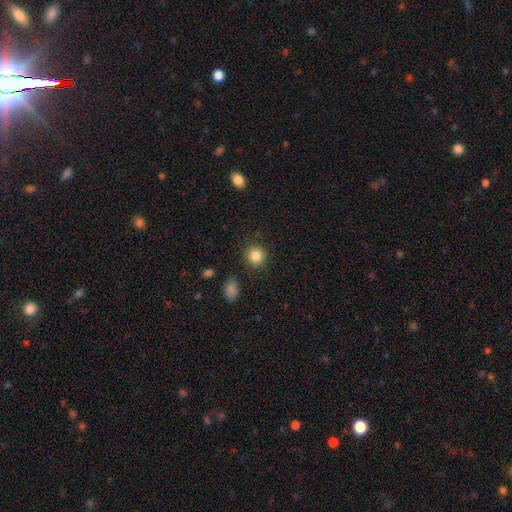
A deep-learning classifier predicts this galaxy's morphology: Overall: smooth (85%). How rounded: round (89%). Merging: none (89%).